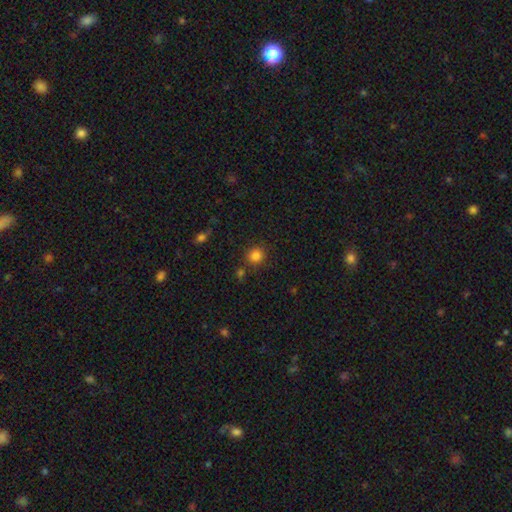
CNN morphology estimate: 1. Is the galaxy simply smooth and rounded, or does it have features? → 83% smooth, 13% star or artifact, 4% featured or disk.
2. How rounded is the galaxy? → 86% round, 13% in between, 1% cigar-shaped.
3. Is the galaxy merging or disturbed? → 80% none, 10% minor disturbance, 6% merger, 4% major disturbance.